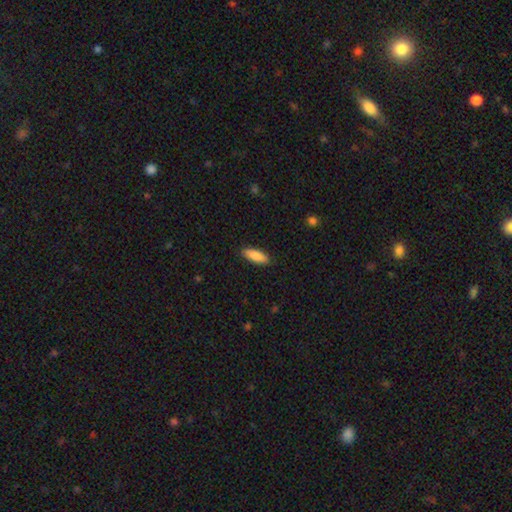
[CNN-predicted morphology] A smooth galaxy with no disk features (88%) that is in between round and cigar-shaped (67%).

Vote fractions:
- Smooth or featured? smooth: 88% / featured or disk: 6% / star or artifact: 6%
- How rounded? in between: 67% / cigar-shaped: 32% / round: 2%
- Merging? none: 89% / minor disturbance: 8% / major disturbance: 2% / merger: 1%